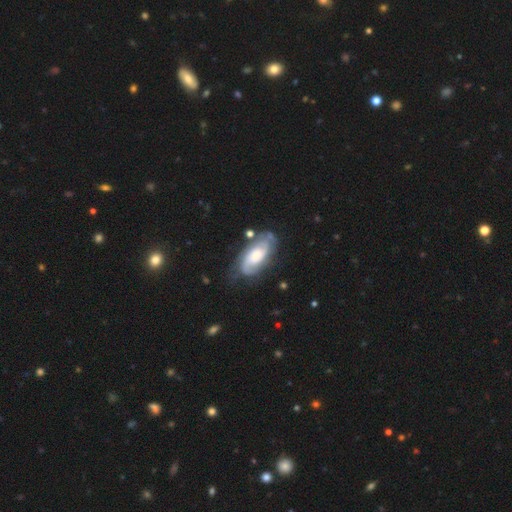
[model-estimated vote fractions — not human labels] A featured or disk galaxy (75%) with no bar (62%), 2 (72%) tight (44%) spiral arms (93%) and a large central bulge (36%). Merging: none (65%).